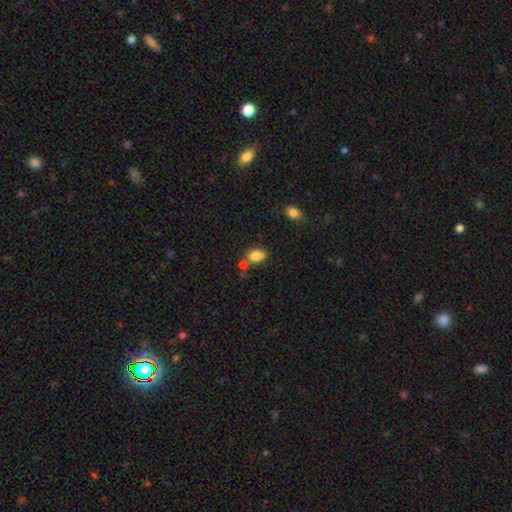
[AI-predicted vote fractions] Smooth or featured? smooth (83%)
How rounded? in between (74%)
Merging? none (53%)